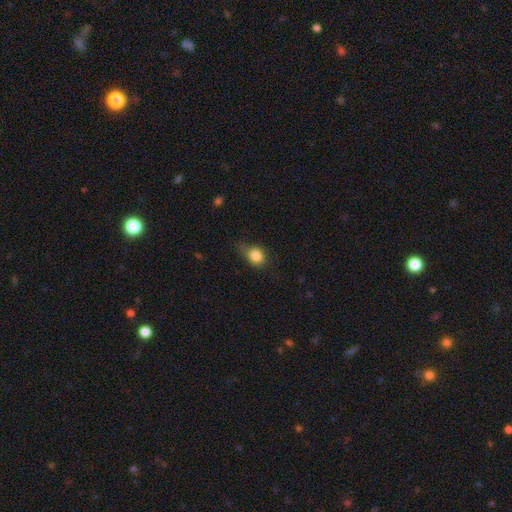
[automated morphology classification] Smooth or featured?
  - smooth: 83% *
  - star or artifact: 10%
  - featured or disk: 7%
How rounded?
  - round: 62% *
  - in between: 36%
  - cigar-shaped: 1%
Merging?
  - none: 49% *
  - minor disturbance: 36%
  - major disturbance: 12%
  - merger: 2%